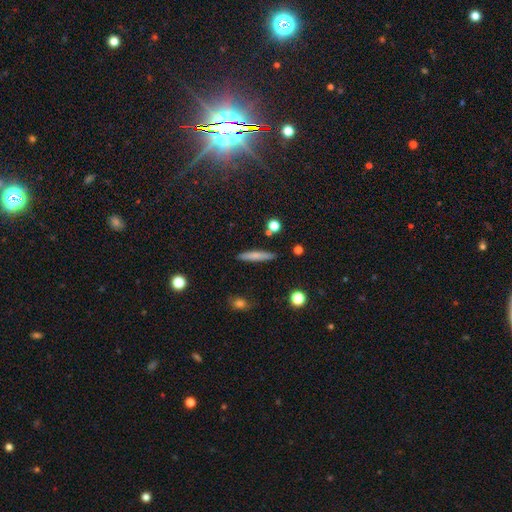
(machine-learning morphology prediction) The model was most divided on "smooth or featured": smooth: 73%, featured or disk: 20%, star or artifact: 8%. More confident: how rounded — cigar-shaped (90%); merging — none (87%).